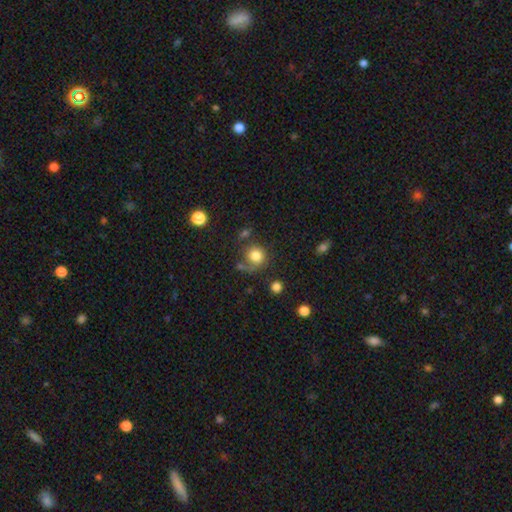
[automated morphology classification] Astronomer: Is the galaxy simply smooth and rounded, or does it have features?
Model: smooth — 78%.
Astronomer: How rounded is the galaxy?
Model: round — 85%.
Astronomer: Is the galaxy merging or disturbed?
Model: none — 58%.